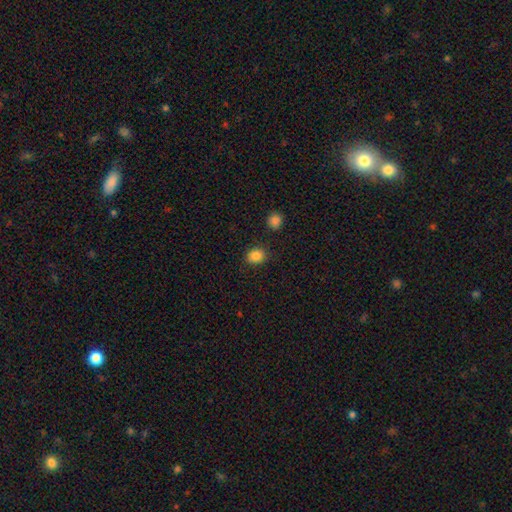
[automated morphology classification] The model was most divided on "how rounded": round: 58%, in between: 41%, cigar-shaped: 1%. More confident: smooth or featured — smooth (86%); merging — none (84%).